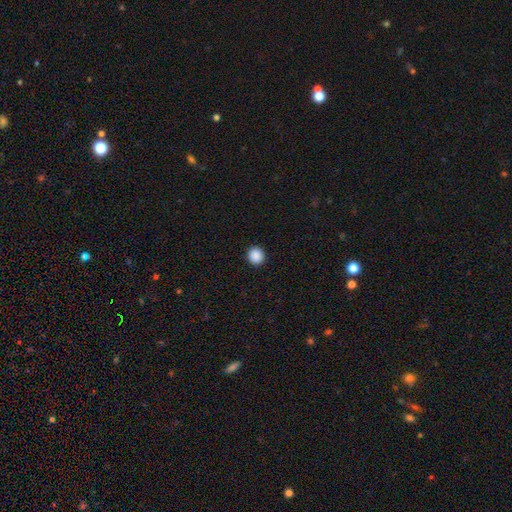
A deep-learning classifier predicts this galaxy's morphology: Overall: smooth (89%). How rounded: round (88%). Merging: none (93%).